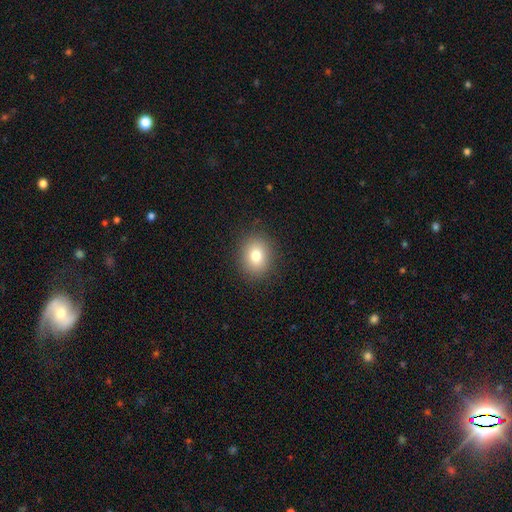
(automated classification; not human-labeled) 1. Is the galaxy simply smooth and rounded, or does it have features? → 79% smooth, 11% star or artifact, 10% featured or disk.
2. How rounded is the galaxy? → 61% round, 38% in between, 1% cigar-shaped.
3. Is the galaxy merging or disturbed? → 89% none, 7% minor disturbance, 3% major disturbance, 1% merger.